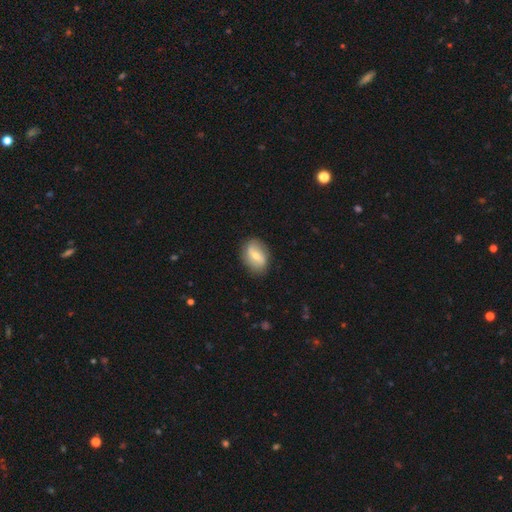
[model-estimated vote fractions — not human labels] A smooth galaxy with no disk features (50%). Merging: none (83%).